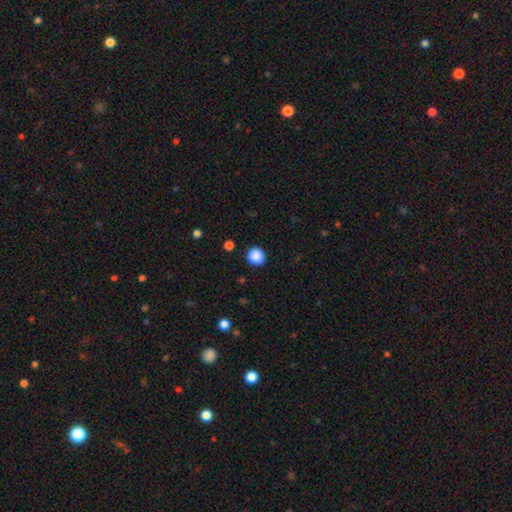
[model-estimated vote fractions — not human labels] This appears to be a smooth galaxy with no disk features (88%) that is round (90%). Merging: none (89%).